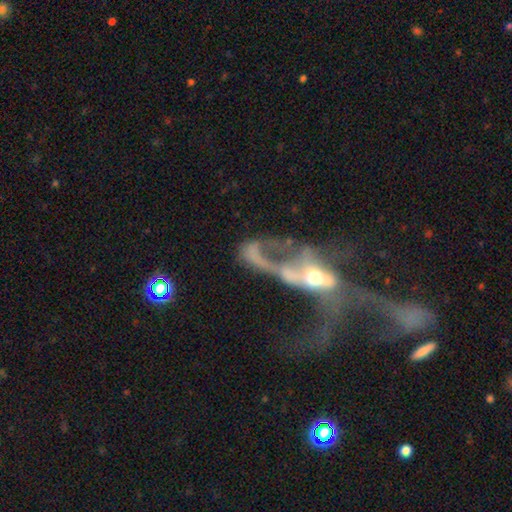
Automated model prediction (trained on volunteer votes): The model was most divided on "merging": major disturbance: 46%, merger: 35%, none: 12%, minor disturbance: 7%. More confident: edge-on disk — no (87%); bar — no (70%); smooth or featured — featured or disk (63%); spiral arms — no (59%); bulge size — moderate (56%).